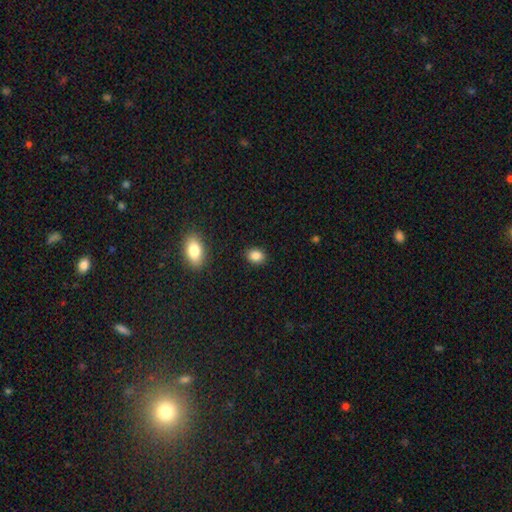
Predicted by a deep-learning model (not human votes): The model was most divided on "how rounded": in between: 60%, round: 38%, cigar-shaped: 1%. More confident: merging — none (89%); smooth or featured — smooth (86%).